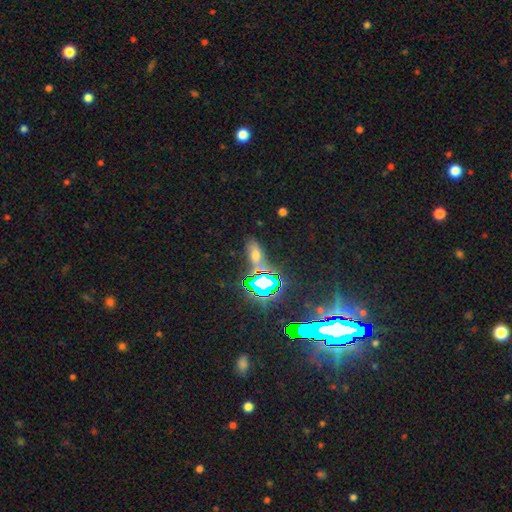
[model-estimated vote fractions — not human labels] A smooth galaxy with no disk features (45%).

Vote fractions:
- Smooth or featured? smooth: 45% / star or artifact: 41% / featured or disk: 13%
- Merging? none: 70% / minor disturbance: 15% / merger: 8% / major disturbance: 7%